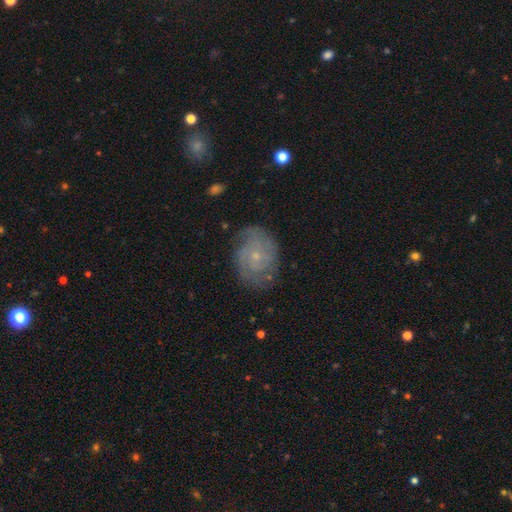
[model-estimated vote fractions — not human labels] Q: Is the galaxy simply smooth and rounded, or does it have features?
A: featured or disk — 73%.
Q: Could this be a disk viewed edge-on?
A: no — 97%.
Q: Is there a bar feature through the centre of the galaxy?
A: no — 79%.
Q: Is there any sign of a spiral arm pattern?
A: yes — 89%.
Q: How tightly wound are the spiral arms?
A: tight — 57%.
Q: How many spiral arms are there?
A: can't tell — 38%.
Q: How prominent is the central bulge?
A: small — 80%.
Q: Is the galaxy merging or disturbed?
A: none — 71%.